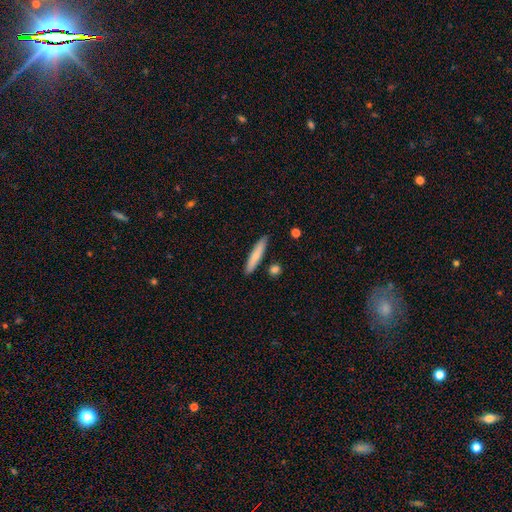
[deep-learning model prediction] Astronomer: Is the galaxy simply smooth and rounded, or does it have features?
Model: smooth — 77%.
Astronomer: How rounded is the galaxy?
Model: cigar-shaped — 90%.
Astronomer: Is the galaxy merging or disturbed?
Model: none — 87%.